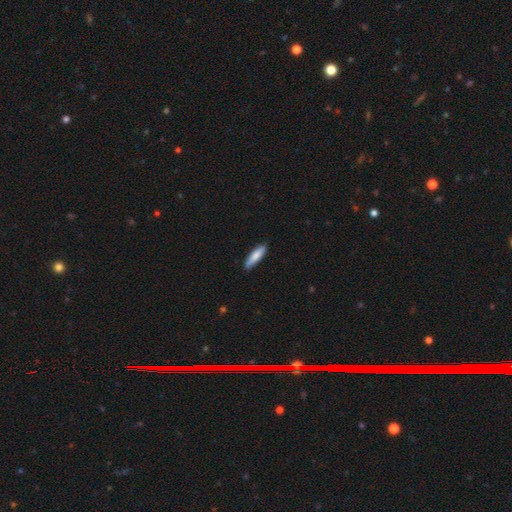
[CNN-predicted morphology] This appears to be a smooth galaxy with no disk features (81%) that is cigar-shaped (72%). Merging: none (84%).